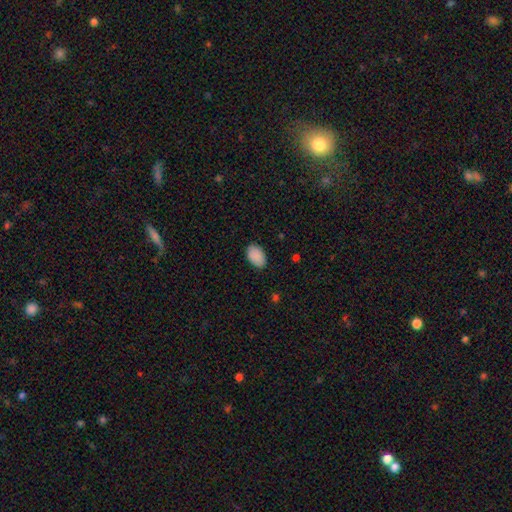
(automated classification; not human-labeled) Smooth or featured?
  - smooth: 90% *
  - star or artifact: 7%
  - featured or disk: 3%
How rounded?
  - in between: 90% *
  - round: 9%
  - cigar-shaped: 1%
Merging?
  - none: 86% *
  - minor disturbance: 11%
  - major disturbance: 2%
  - merger: 1%